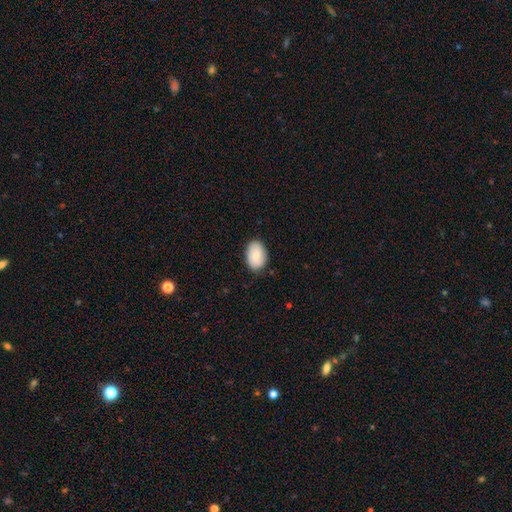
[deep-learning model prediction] Smooth or featured? smooth (82%)
How rounded? in between (87%)
Merging? none (83%)